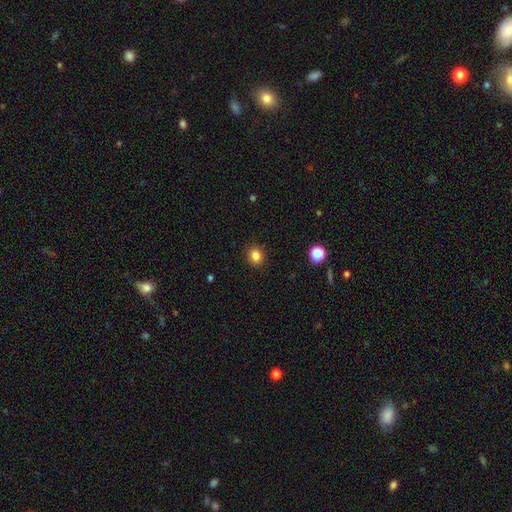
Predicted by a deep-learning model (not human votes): Smooth or featured?
  - smooth: 84% *
  - star or artifact: 12%
  - featured or disk: 5%
How rounded?
  - round: 72% *
  - in between: 27%
  - cigar-shaped: 1%
Merging?
  - none: 90% *
  - minor disturbance: 7%
  - major disturbance: 2%
  - merger: 1%